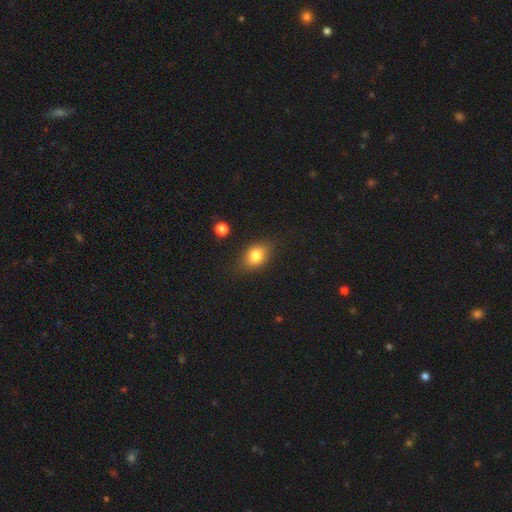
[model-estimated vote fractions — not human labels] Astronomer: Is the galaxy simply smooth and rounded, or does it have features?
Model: smooth — 81%.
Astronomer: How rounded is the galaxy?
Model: in between — 70%.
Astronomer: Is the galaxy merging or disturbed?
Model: none — 78%.